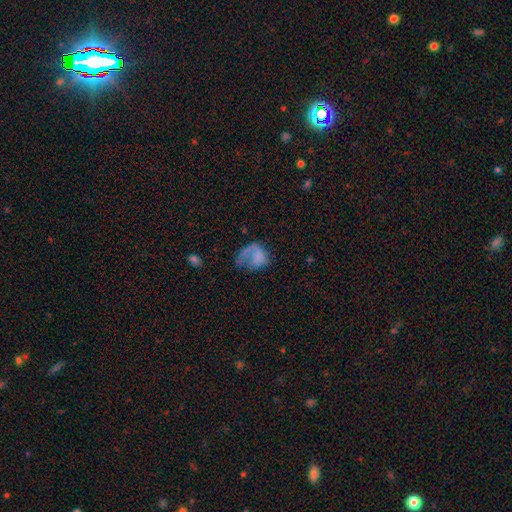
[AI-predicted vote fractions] This is possibly a smooth galaxy (50%). How rounded: likely in between (63%). Merging: possibly major disturbance (50%).